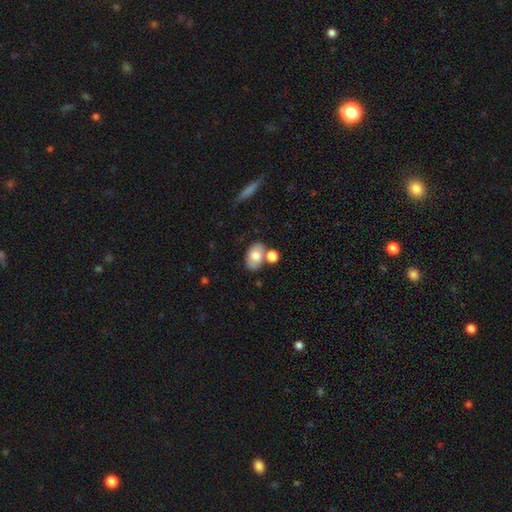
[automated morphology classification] This is likely a smooth galaxy (72%). How rounded: clearly in between (86%). Merging: possibly none (59%).